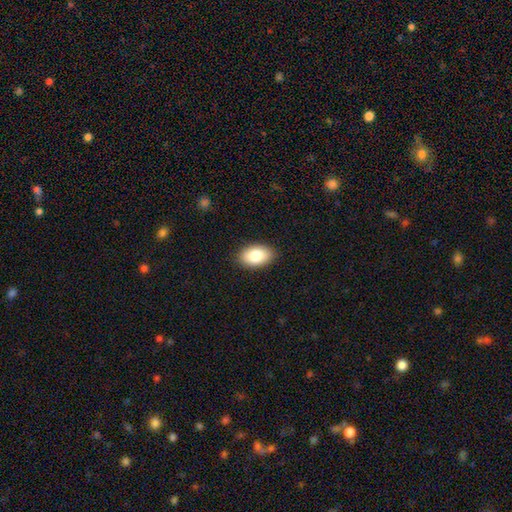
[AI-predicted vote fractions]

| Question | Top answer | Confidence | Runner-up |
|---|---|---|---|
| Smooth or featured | smooth | 83% | featured or disk (10%) |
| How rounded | in between | 92% | round (7%) |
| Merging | none | 88% | minor disturbance (9%) |